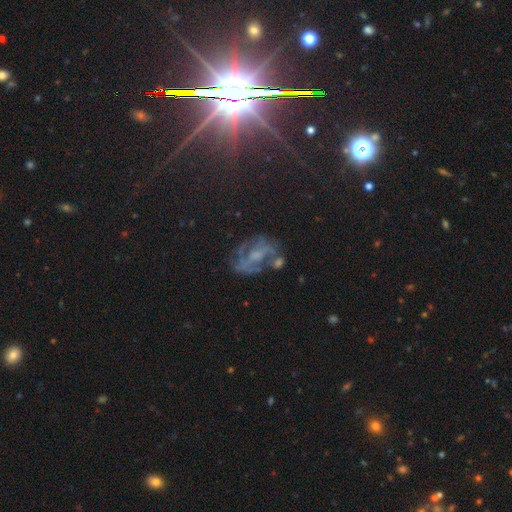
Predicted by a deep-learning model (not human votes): featured or disk 58%, star or artifact 25%, smooth 17%. Down the decision tree: edge-on disk — no (94%); bar — no (48%); spiral arms — yes (63%); bulge size — small (37%); merging — none (51%).